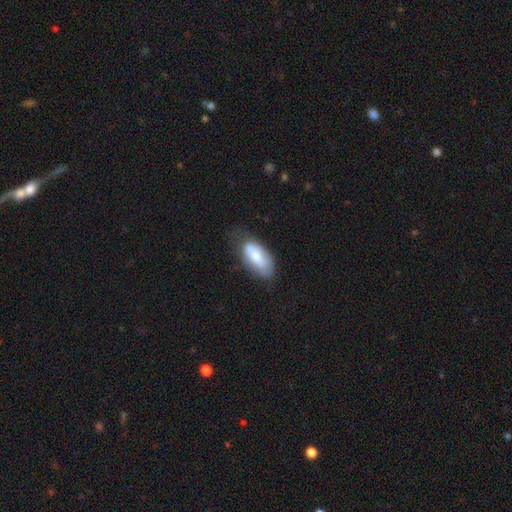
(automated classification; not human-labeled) Q: Smooth or featured?
A: smooth (67%); runner-up: featured or disk (26%)
Q: How rounded?
A: in between (89%); runner-up: cigar-shaped (8%)
Q: Merging?
A: none (52%); runner-up: minor disturbance (33%)